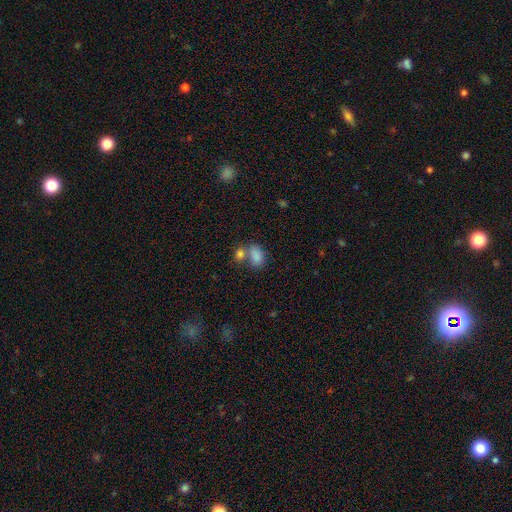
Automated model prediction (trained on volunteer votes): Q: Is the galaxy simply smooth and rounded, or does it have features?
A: smooth — 84%.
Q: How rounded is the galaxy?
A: in between — 83%.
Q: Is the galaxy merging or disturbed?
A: merger — 46%.